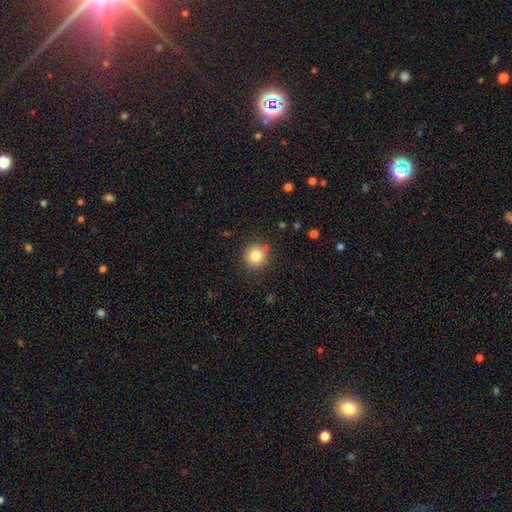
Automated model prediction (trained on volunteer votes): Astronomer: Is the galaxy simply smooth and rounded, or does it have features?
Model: smooth — 81%.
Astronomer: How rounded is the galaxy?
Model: round — 93%.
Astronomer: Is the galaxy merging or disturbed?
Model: none — 86%.